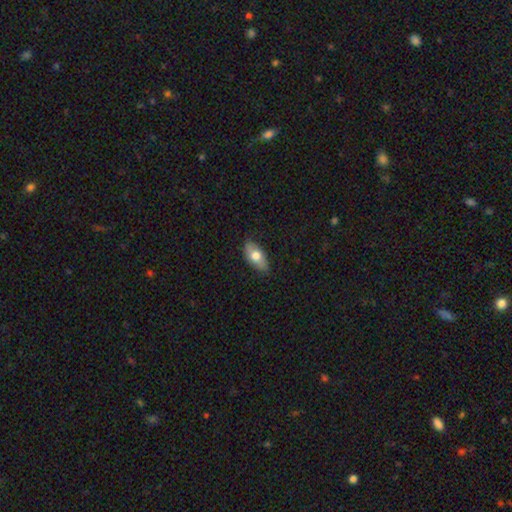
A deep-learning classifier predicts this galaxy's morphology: Smooth or featured?
  - smooth: 69% *
  - featured or disk: 25%
  - star or artifact: 6%
How rounded?
  - in between: 90% *
  - cigar-shaped: 6%
  - round: 5%
Merging?
  - none: 78% *
  - minor disturbance: 18%
  - major disturbance: 3%
  - merger: 1%